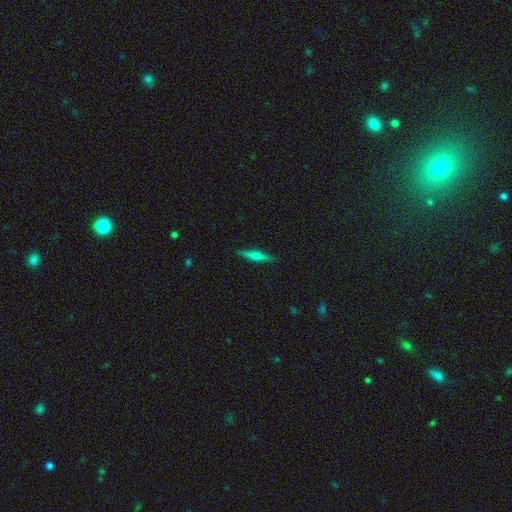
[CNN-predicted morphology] Smooth or featured? featured or disk (50%)
Merging? none (90%)